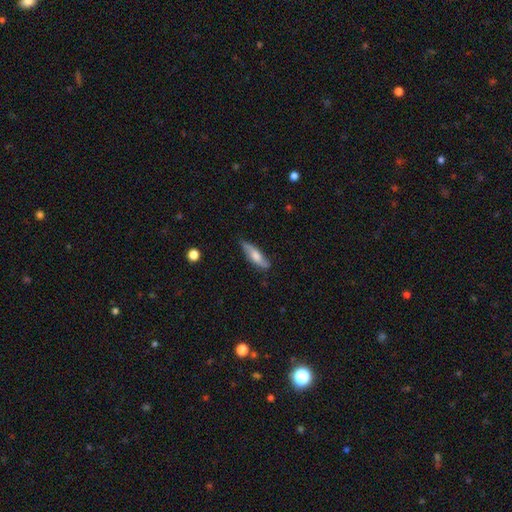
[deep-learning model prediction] Overall: smooth (53%; featured or disk 40%). How rounded: cigar-shaped (55%; in between 42%). Merging: none (75%).